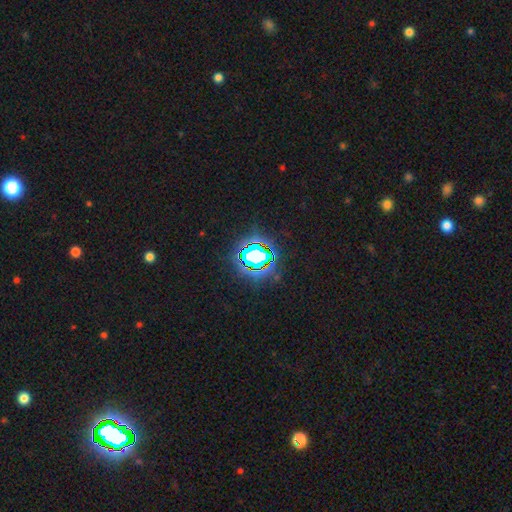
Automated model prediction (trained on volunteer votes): Smooth or featured?
  - star or artifact: 71% *
  - smooth: 16%
  - featured or disk: 13%